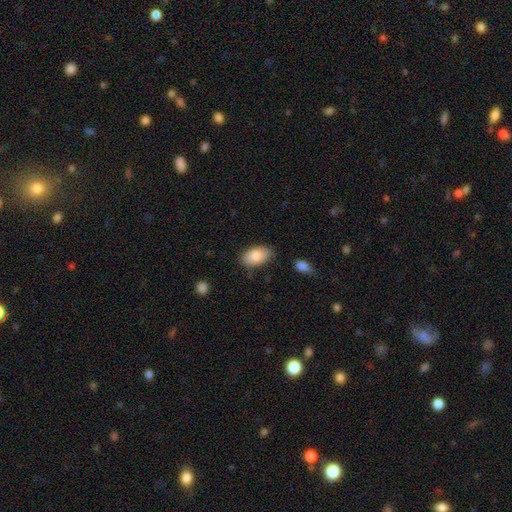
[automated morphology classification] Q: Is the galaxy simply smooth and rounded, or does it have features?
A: smooth — 82%.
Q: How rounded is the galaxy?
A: in between — 94%.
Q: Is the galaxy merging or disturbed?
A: none — 80%.